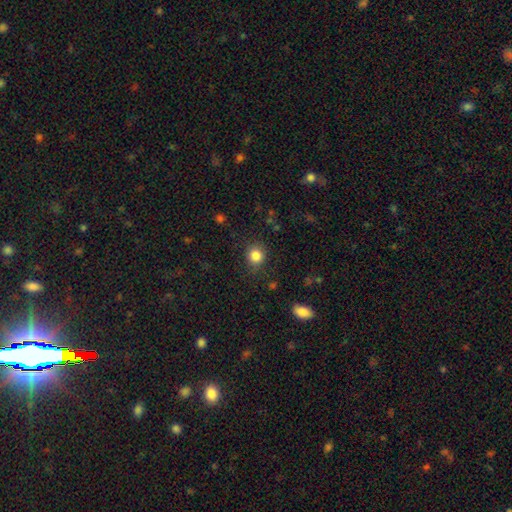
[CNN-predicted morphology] This appears to be a smooth galaxy with no disk features (85%) that is round (84%). Merging: none (84%).